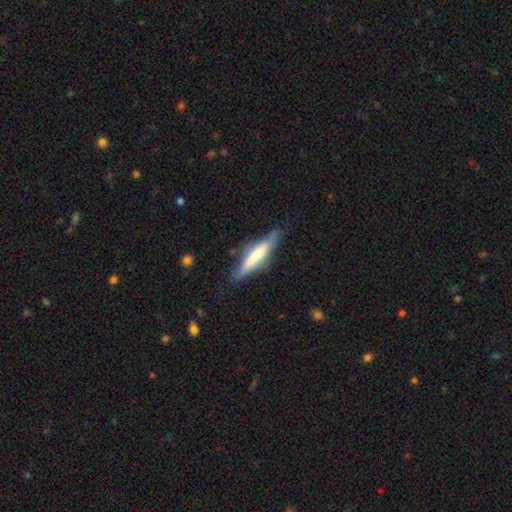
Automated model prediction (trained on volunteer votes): The model was most divided on "smooth or featured": smooth: 50%, featured or disk: 44%, star or artifact: 6%. More confident: how rounded — cigar-shaped (83%); merging — none (72%).